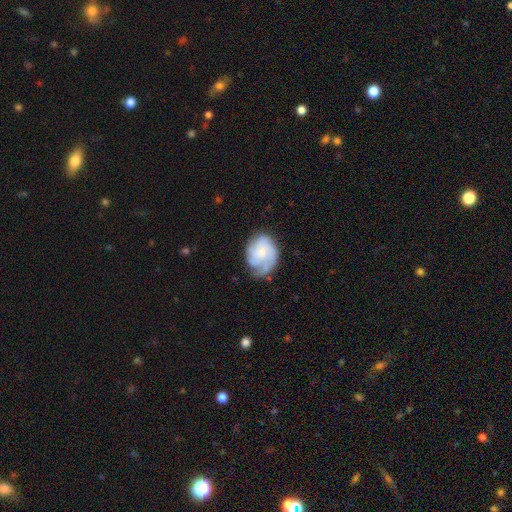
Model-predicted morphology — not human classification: featured or disk 66%, smooth 28%, star or artifact 6%. Down the decision tree: edge-on disk — no (98%); bar — no (74%); spiral arms — yes (90%); spiral arm count — can't tell (32%); spiral winding — tight (47%); bulge size — small (60%); merging — none (55%).